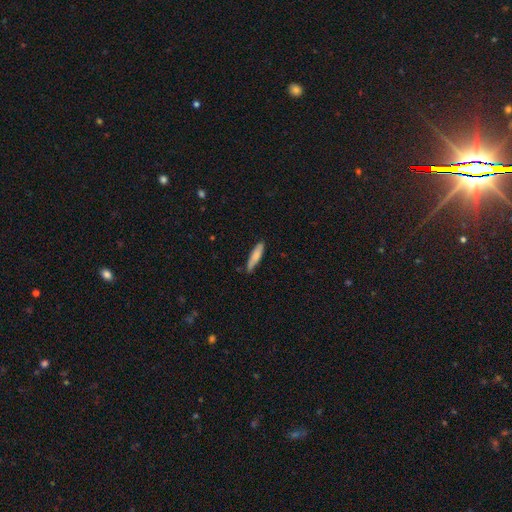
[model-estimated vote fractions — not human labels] Q: Smooth or featured?
A: smooth (77%); runner-up: featured or disk (17%)
Q: How rounded?
A: cigar-shaped (82%); runner-up: in between (17%)
Q: Merging?
A: none (80%); runner-up: minor disturbance (16%)